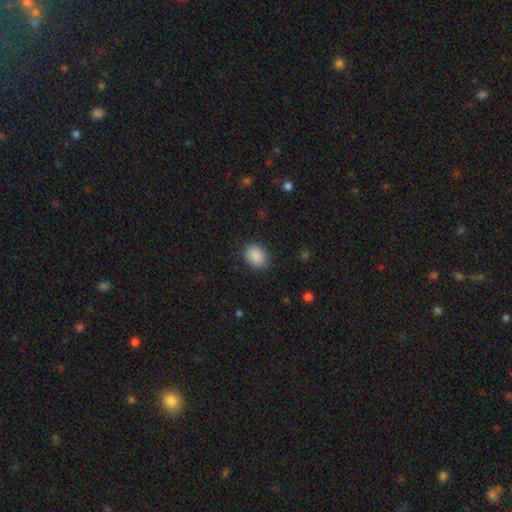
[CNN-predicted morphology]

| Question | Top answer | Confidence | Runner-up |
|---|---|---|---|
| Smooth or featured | smooth | 89% | star or artifact (8%) |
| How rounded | in between | 61% | round (39%) |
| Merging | none | 88% | minor disturbance (9%) |